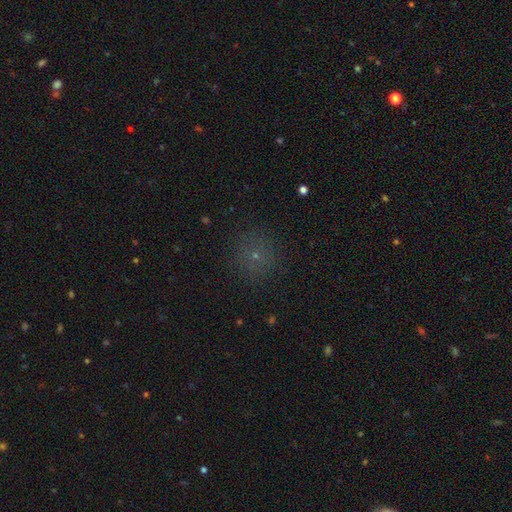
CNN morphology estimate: smooth-or-featured: smooth: 61% | star or artifact: 30% | featured or disk: 10%
  how-rounded: round: 93% | in between: 6% | cigar-shaped: 1%
  merging: none: 87% | minor disturbance: 8% | major disturbance: 3% | merger: 1%